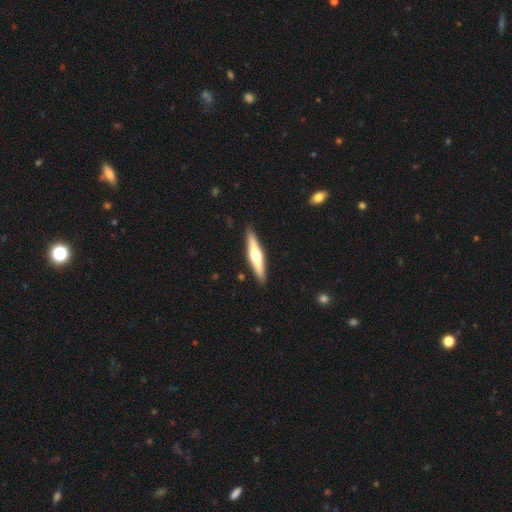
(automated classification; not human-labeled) Morphology: type=featured or disk (57%); edge-on=yes (96%); edge-on bulge=rounded (91%); merging=none (90%).